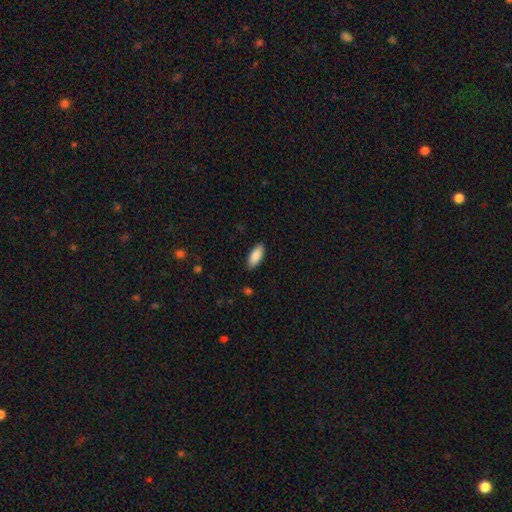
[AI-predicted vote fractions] smooth_or_featured: smooth (p=0.89) [alt: star or artifact p=0.06]
how_rounded: in between (p=0.87) [alt: cigar-shaped p=0.12]
merging: none (p=0.87) [alt: minor disturbance p=0.10]